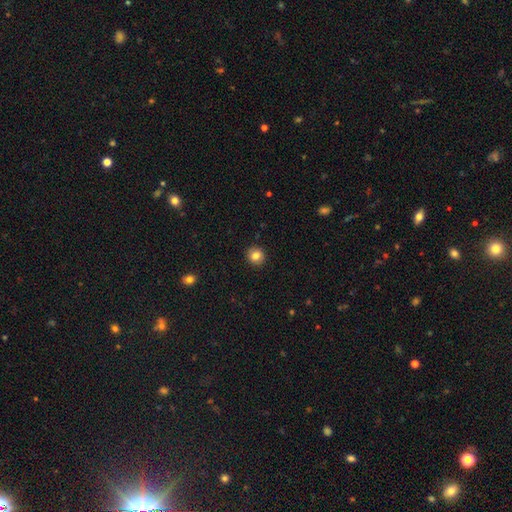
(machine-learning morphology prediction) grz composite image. It shows a smooth galaxy with no disk features (83%) that is round (89%). Merging: none (92%).